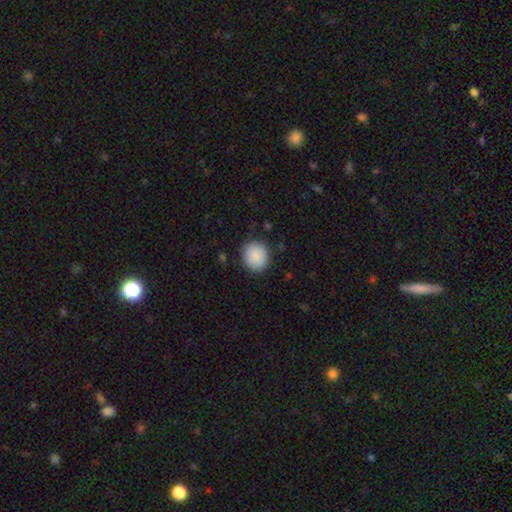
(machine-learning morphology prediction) Smooth or featured? Predicted: smooth (p=0.89). How rounded? Predicted: round (p=0.81). Merging? Predicted: none (p=0.86).